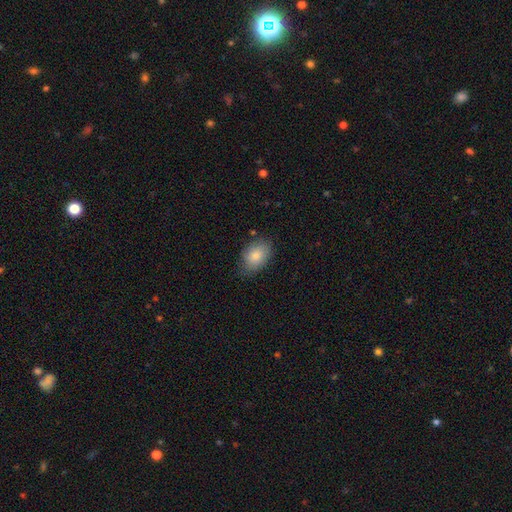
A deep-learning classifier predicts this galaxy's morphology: Smooth or featured: smooth — 85% (featured or disk — 8%)
How rounded: in between — 82% (round — 17%)
Merging: none — 75% (minor disturbance — 20%)